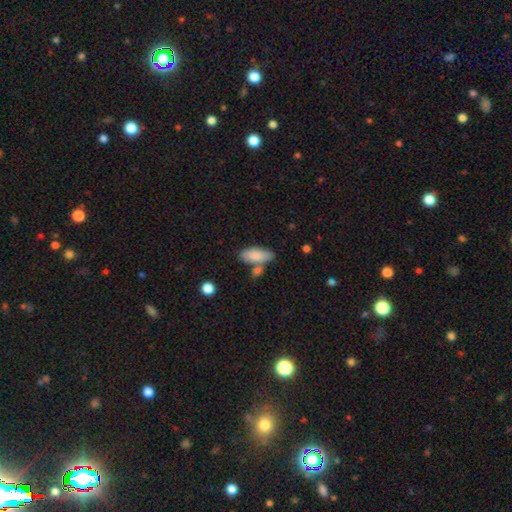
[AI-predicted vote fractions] Morphology: type=smooth (85%); roundness=in between (83%); merging=none (61%).